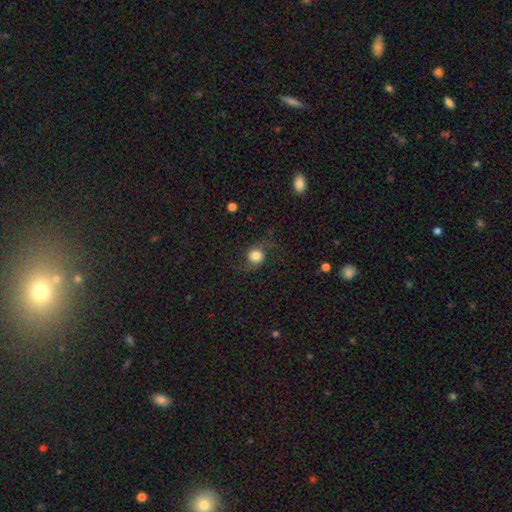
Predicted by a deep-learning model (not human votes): Morphology: type=smooth (55%); roundness=round (87%); merging=none (72%).